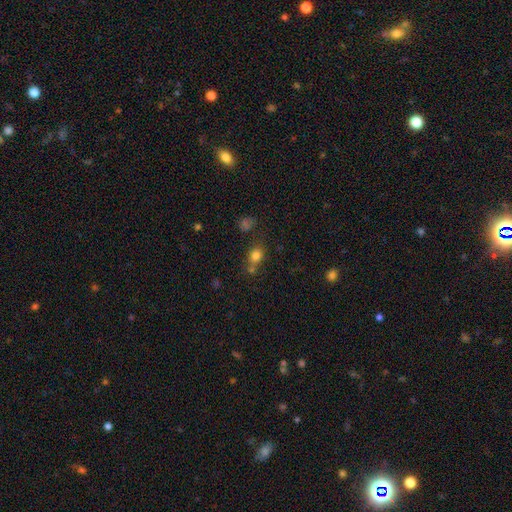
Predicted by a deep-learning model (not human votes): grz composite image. It shows a smooth galaxy with no disk features (76%) that is round (62%). Merging: none (54%).